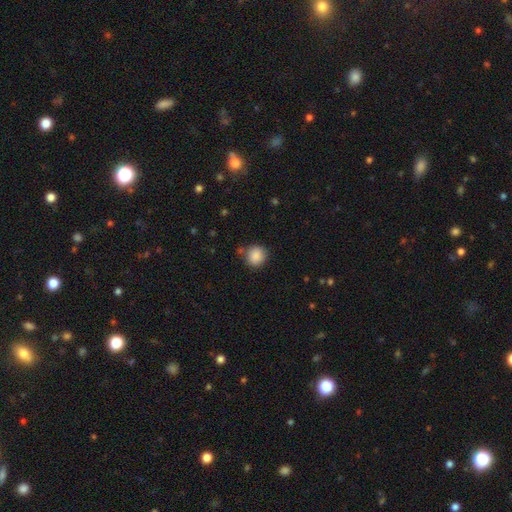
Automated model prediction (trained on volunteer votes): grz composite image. It shows a smooth galaxy with no disk features (88%) that is round (86%). Merging: none (77%).